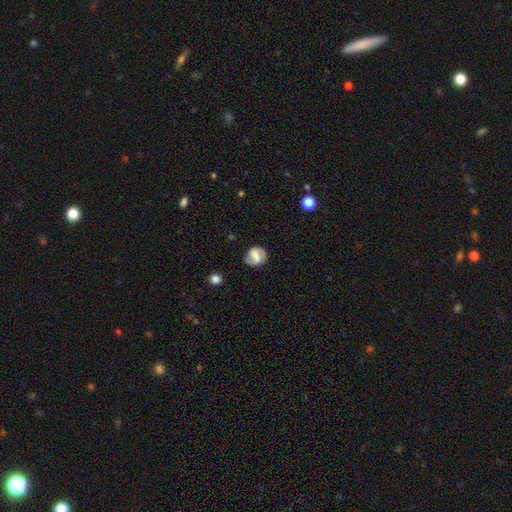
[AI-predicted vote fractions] smooth_or_featured: featured or disk (p=0.58) [alt: smooth p=0.34]
disk_edge_on: no (p=0.97) [alt: yes p=0.03]
bar: strong (p=0.42) [alt: weak p=0.39]
has_spiral_arms: yes (p=0.84) [alt: no p=0.16]
bulge_size: none (p=0.39) [alt: small p=0.23]
merging: none (p=0.75) [alt: minor disturbance p=0.16]